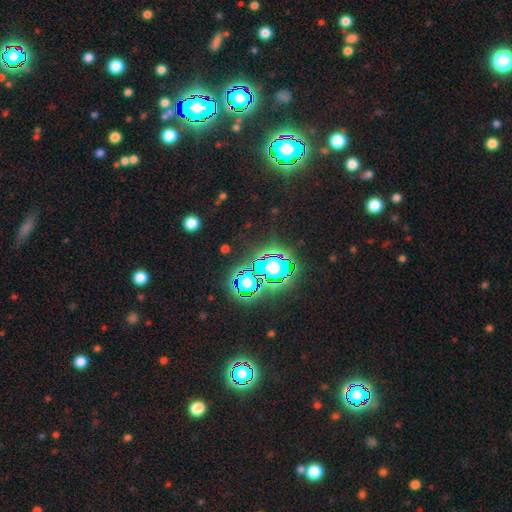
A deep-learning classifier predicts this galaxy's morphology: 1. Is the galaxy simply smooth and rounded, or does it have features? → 81% star or artifact, 12% smooth, 7% featured or disk.